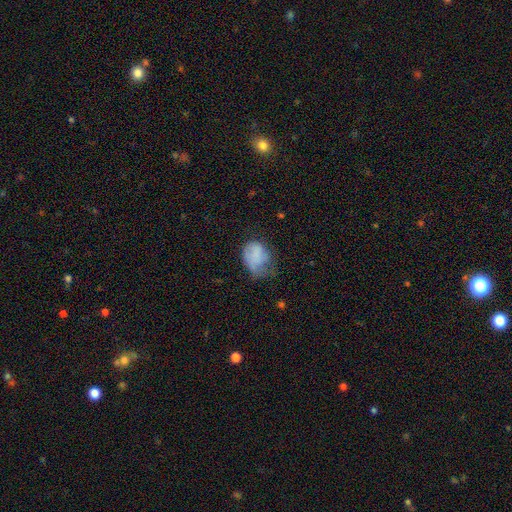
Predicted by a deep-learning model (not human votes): Smooth or featured?
  - smooth: 72% *
  - featured or disk: 19%
  - star or artifact: 9%
How rounded?
  - in between: 58% *
  - round: 41%
  - cigar-shaped: 1%
Merging?
  - minor disturbance: 38% *
  - major disturbance: 35%
  - none: 25%
  - merger: 2%